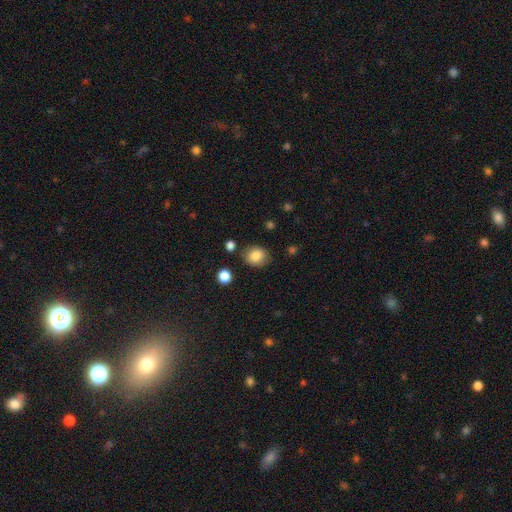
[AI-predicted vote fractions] A smooth galaxy with no disk features (85%) that is round (66%).

Vote fractions:
- Smooth or featured? smooth: 85% / star or artifact: 9% / featured or disk: 6%
- How rounded? round: 66% / in between: 33% / cigar-shaped: 1%
- Merging? none: 80% / minor disturbance: 13% / major disturbance: 3% / merger: 3%